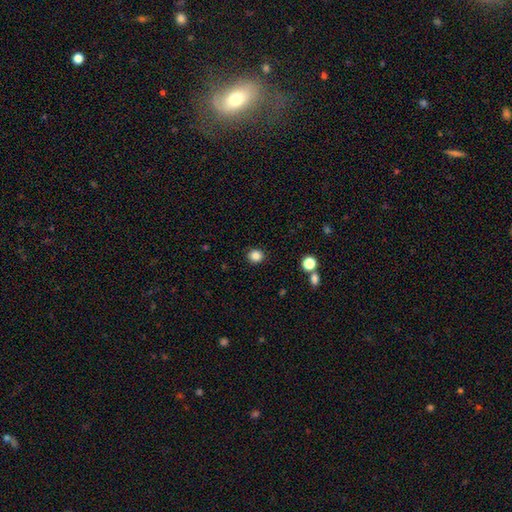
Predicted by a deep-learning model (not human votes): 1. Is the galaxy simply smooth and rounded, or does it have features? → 85% smooth, 11% star or artifact, 4% featured or disk.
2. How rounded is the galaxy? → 89% round, 10% in between, 1% cigar-shaped.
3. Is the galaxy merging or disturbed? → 91% none, 6% minor disturbance, 2% major disturbance, 2% merger.